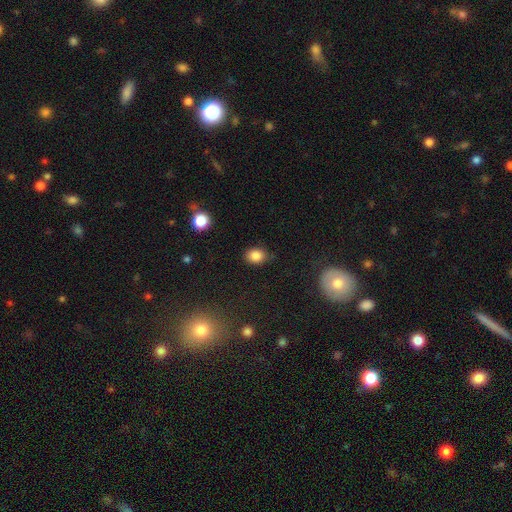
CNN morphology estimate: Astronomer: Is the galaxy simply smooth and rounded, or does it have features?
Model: smooth — 84%.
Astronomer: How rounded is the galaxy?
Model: in between — 52% (runner-up: round, 47%).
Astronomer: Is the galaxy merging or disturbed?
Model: none — 81%.